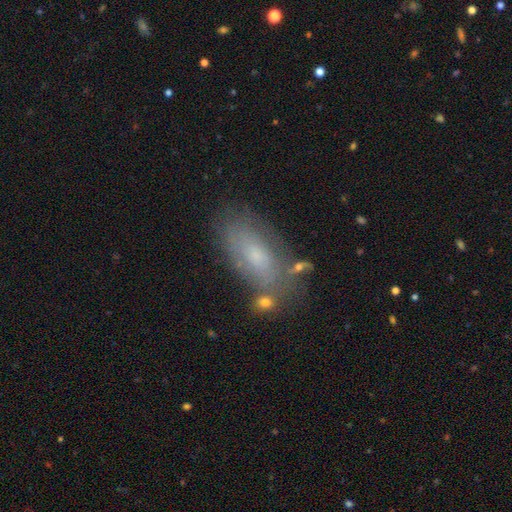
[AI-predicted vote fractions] Smooth or featured? smooth (57%)
How rounded? in between (87%)
Merging? none (65%)